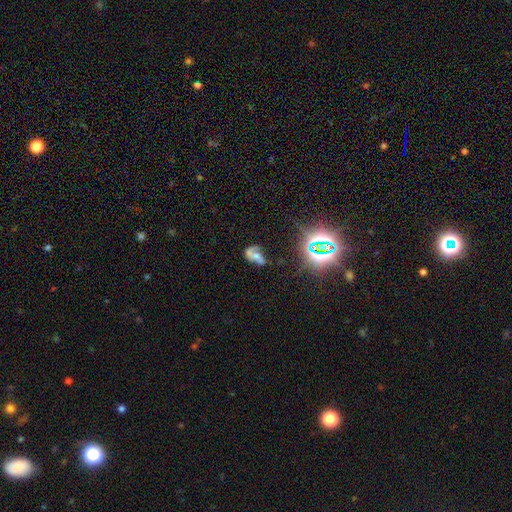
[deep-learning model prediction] This appears to be a featured or disk galaxy (62%) with no bar (60%), spiral arms (76%) and a moderate central bulge (48%). Merging: none (41%).